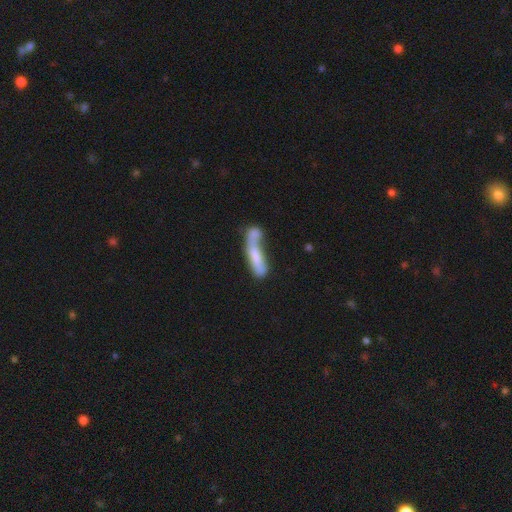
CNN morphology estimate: Overall: smooth (61%; featured or disk 31%). How rounded: cigar-shaped (72%). Merging: merger (50%; none 21%).